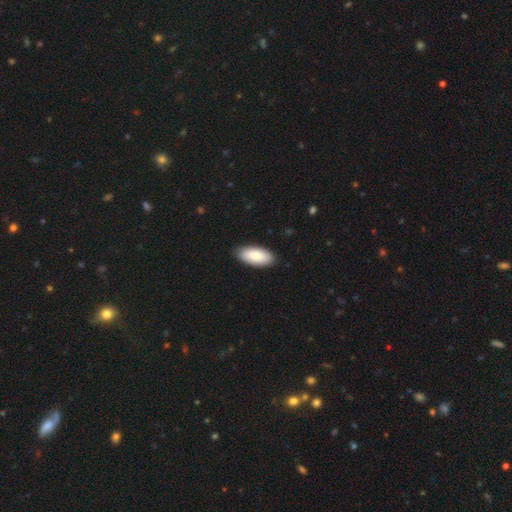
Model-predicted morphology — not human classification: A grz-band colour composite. It shows a smooth galaxy with no disk features (85%) that is in between round and cigar-shaped (92%). Merging: none (89%).